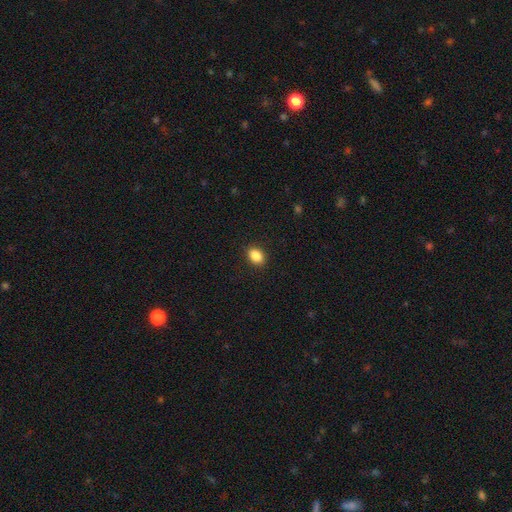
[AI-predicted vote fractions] Smooth or featured? smooth (87%)
How rounded? in between (76%)
Merging? none (90%)